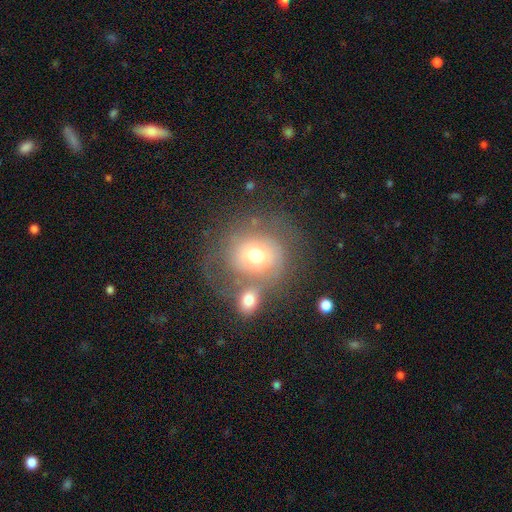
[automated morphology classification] Smooth or featured? smooth (55%)
How rounded? round (77%)
Merging? none (38%)